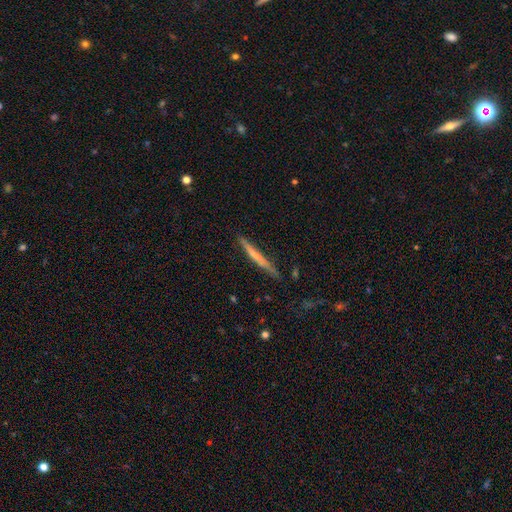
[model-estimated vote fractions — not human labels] This is possibly a smooth galaxy (50%). Merging: clearly none (83%).